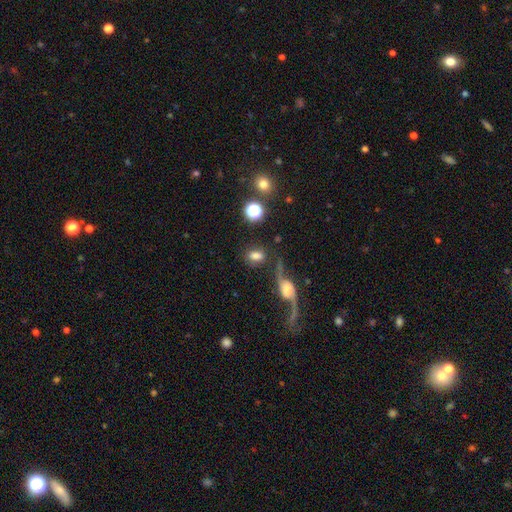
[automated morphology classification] smooth 67%, featured or disk 21%, star or artifact 11%. Down the decision tree: how rounded — in between (76%); merging — none (56%).